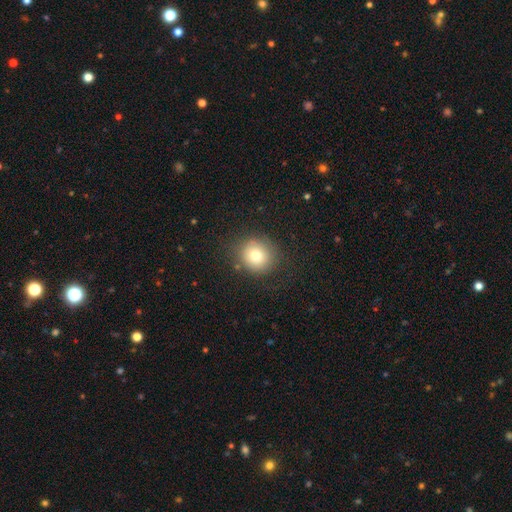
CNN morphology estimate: A smooth galaxy with no disk features (78%) that is round (90%). Merging: none (84%).